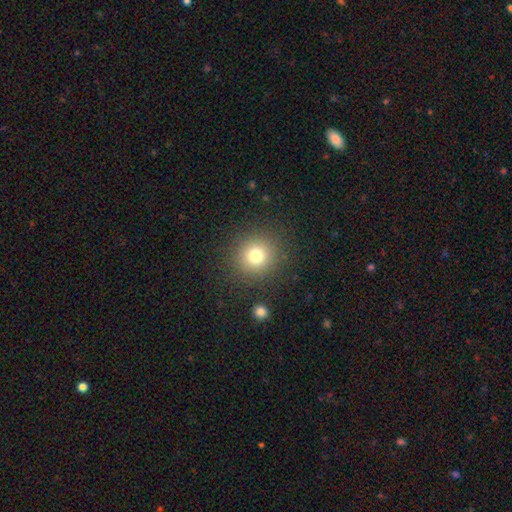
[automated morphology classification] smooth-or-featured: smooth: 76% | star or artifact: 14% | featured or disk: 10%
  how-rounded: round: 92% | in between: 7% | cigar-shaped: 1%
  merging: none: 88% | minor disturbance: 7% | major disturbance: 4% | merger: 2%